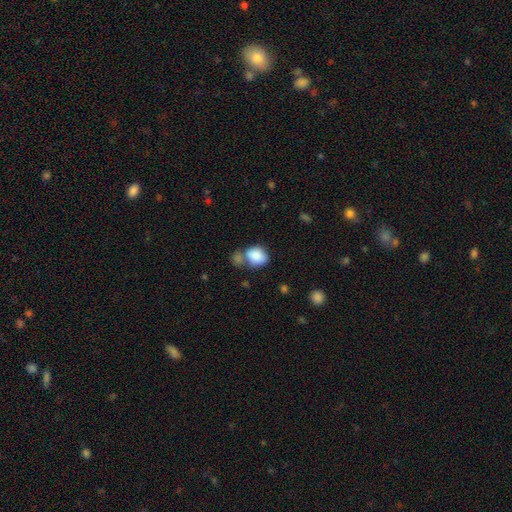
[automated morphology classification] A smooth galaxy with no disk features (86%) that is in between round and cigar-shaped (62%).

Vote fractions:
- Smooth or featured? smooth: 86% / star or artifact: 7% / featured or disk: 6%
- How rounded? in between: 62% / round: 36% / cigar-shaped: 1%
- Merging? none: 40% / merger: 36% / minor disturbance: 17% / major disturbance: 8%